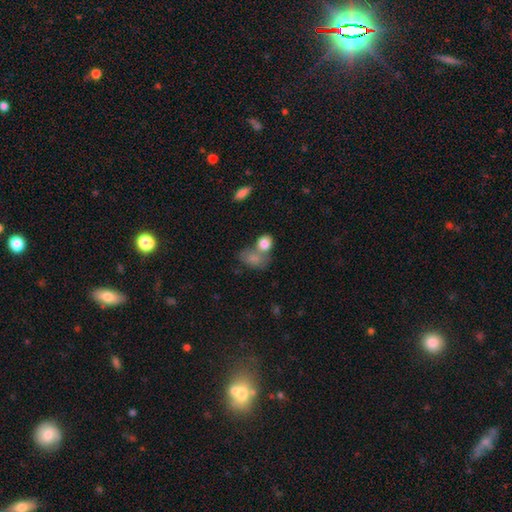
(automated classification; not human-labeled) The model was most divided on "merging": merger: 39%, none: 37%, minor disturbance: 15%, major disturbance: 9%. More confident: smooth or featured — smooth (75%); how rounded — in between (65%).